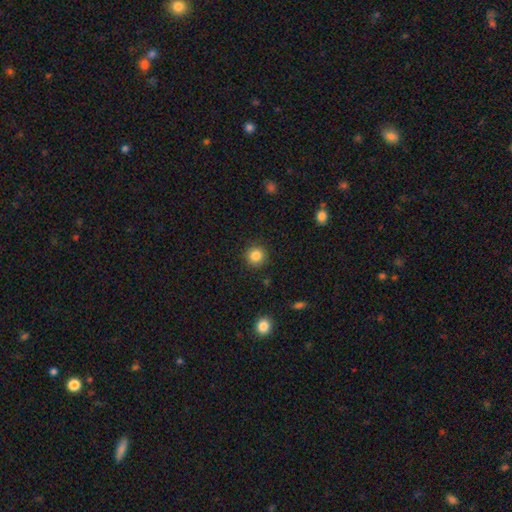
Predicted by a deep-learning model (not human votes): Smooth or featured? Predicted: smooth (p=0.84). How rounded? Predicted: round (p=0.94). Merging? Predicted: none (p=0.91).